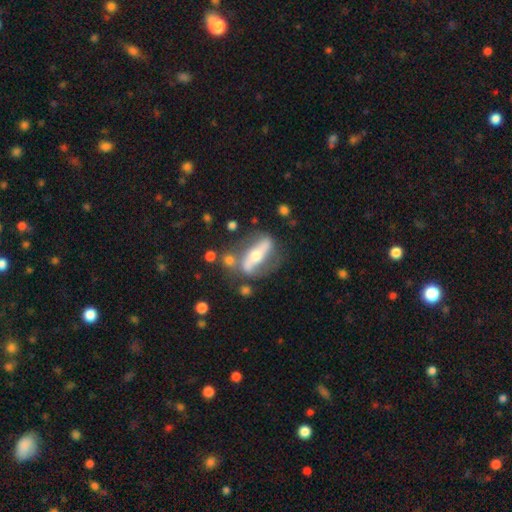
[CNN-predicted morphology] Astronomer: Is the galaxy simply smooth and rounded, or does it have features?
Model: featured or disk — 74%.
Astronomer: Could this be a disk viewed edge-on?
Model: no — 66%.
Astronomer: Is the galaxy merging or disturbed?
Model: none — 63%.